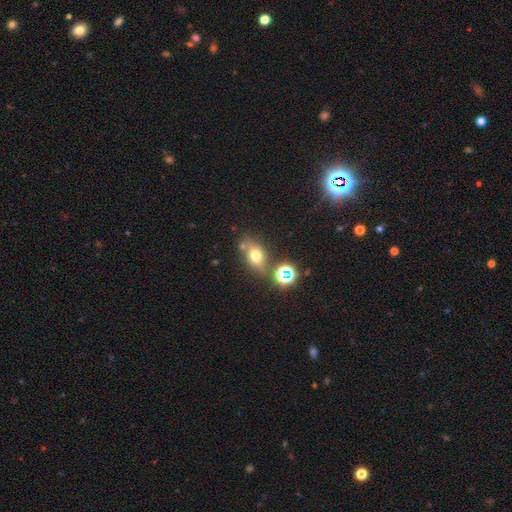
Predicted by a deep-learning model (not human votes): This appears to be a smooth galaxy with no disk features (61%) that is in between round and cigar-shaped (62%). Merging: none (66%).